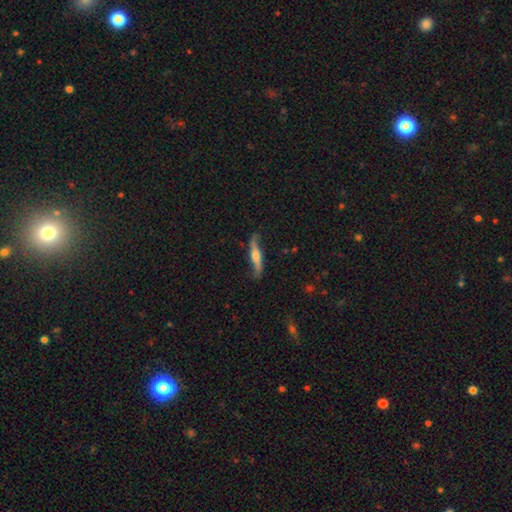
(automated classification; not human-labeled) This appears to be a featured or disk galaxy (66%) viewed edge-on (66%). Merging: none (73%).